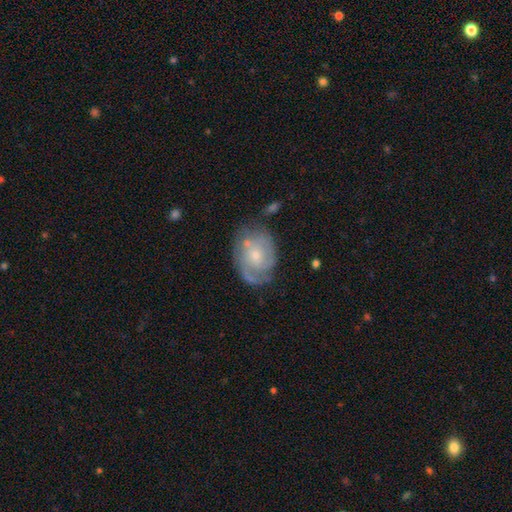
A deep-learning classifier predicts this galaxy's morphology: type=featured or disk (70%); edge-on=no (97%); bar=no (72%); spiral arms=yes (84%); winding=tight (52%); arm count=can't tell (35%, tied with 2); bulge=small (56%); merging=none (60%).